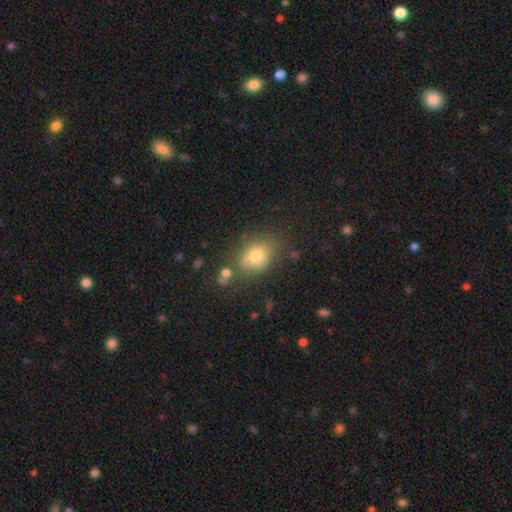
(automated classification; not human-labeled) Overall: smooth (77%). How rounded: in between (58%; round 40%). Merging: none (69%).